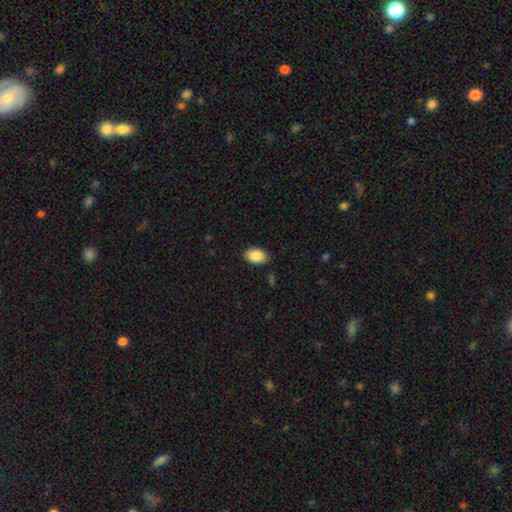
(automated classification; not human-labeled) smooth 88%, star or artifact 7%, featured or disk 5%. Down the decision tree: how rounded — in between (92%); merging — none (86%).